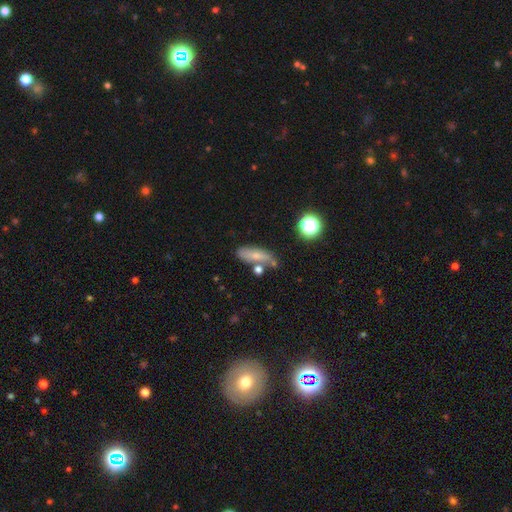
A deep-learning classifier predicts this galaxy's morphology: Overall: smooth (68%). How rounded: in between (51%; cigar-shaped 43%). Merging: none (60%).